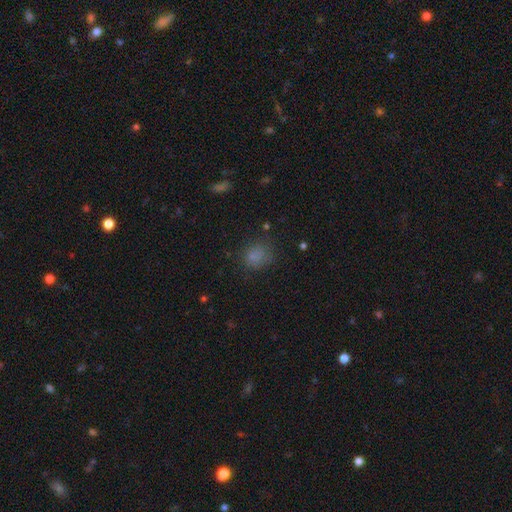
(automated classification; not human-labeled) Smooth or featured: smooth — 76% (star or artifact — 17%)
How rounded: round — 67% (in between — 32%)
Merging: none — 69% (minor disturbance — 20%)